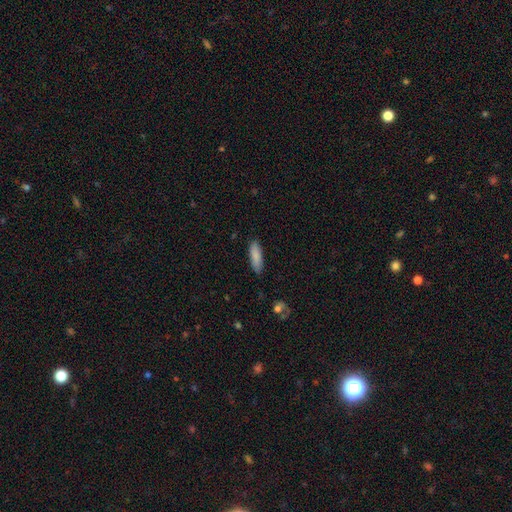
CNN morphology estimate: smooth_or_featured: smooth (p=0.86) [alt: featured or disk p=0.08]
how_rounded: cigar-shaped (p=0.53) [alt: in between p=0.46]
merging: none (p=0.86) [alt: minor disturbance p=0.10]